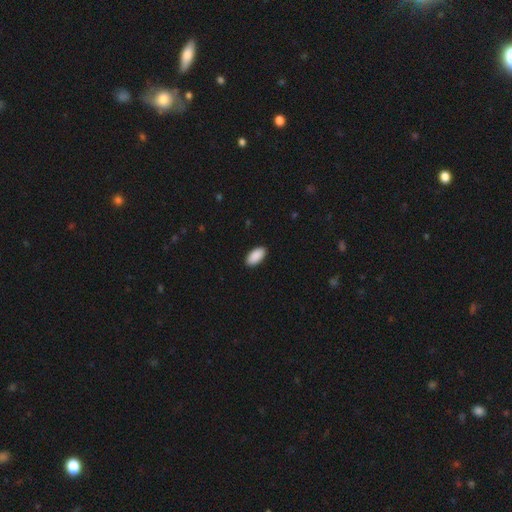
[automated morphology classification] Smooth or featured?
  - smooth: 92% *
  - star or artifact: 6%
  - featured or disk: 2%
How rounded?
  - in between: 95% *
  - cigar-shaped: 3%
  - round: 2%
Merging?
  - none: 91% *
  - minor disturbance: 7%
  - major disturbance: 2%
  - merger: 1%